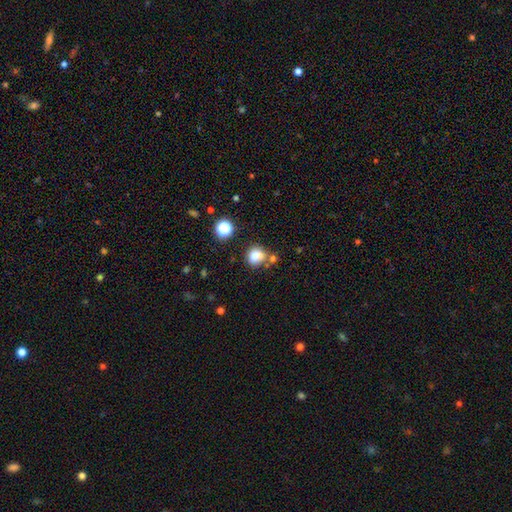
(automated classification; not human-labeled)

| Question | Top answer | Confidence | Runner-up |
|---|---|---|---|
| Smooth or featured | smooth | 79% | star or artifact (13%) |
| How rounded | round | 63% | in between (36%) |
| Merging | none | 55% | merger (21%) |